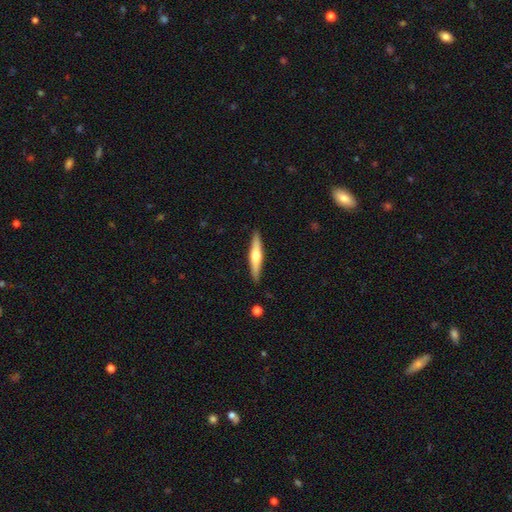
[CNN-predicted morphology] Smooth or featured? Predicted: featured or disk (p=0.53). Edge-on disk? Predicted: yes (p=0.95). Edge-on bulge? Predicted: rounded (p=0.88). Merging? Predicted: none (p=0.89).